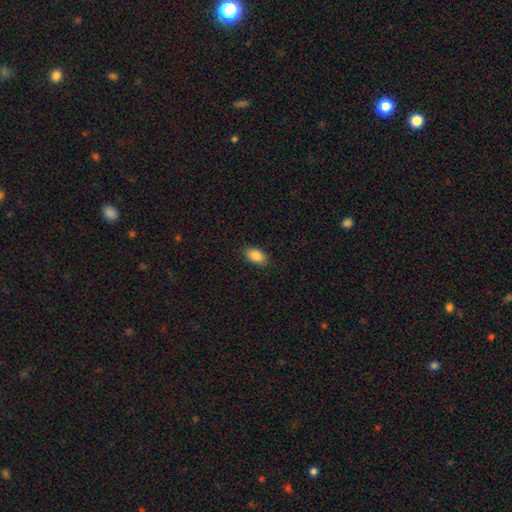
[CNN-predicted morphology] Smooth or featured? Predicted: smooth (p=0.88). How rounded? Predicted: in between (p=0.91). Merging? Predicted: none (p=0.89).